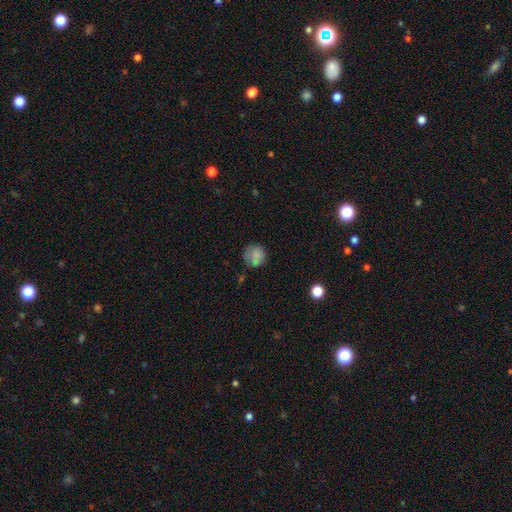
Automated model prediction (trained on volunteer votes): Q: Smooth or featured?
A: smooth (78%); runner-up: featured or disk (13%)
Q: How rounded?
A: round (88%); runner-up: in between (11%)
Q: Merging?
A: none (66%); runner-up: minor disturbance (22%)